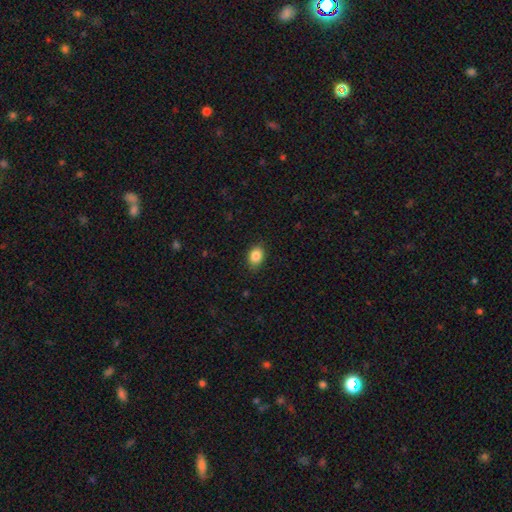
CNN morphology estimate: This is clearly a smooth galaxy (87%). How rounded: likely in between (73%). Merging: clearly none (85%).